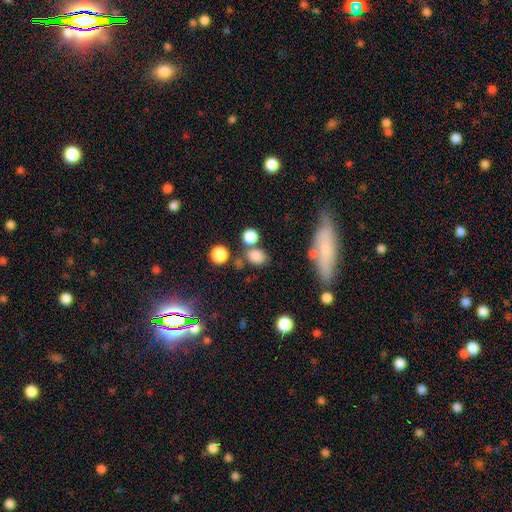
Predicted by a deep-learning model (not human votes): This appears to be a smooth galaxy with no disk features (81%) that is round (49%, tied with in between). Merging: none (66%).